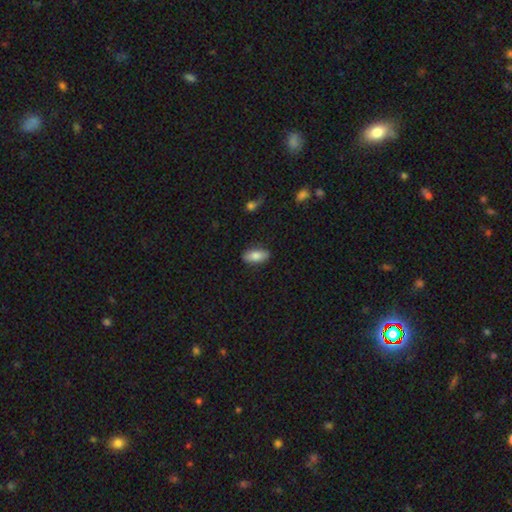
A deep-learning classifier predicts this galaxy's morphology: Smooth or featured?
  - smooth: 82% *
  - featured or disk: 12%
  - star or artifact: 6%
How rounded?
  - in between: 86% *
  - cigar-shaped: 12%
  - round: 3%
Merging?
  - none: 86% *
  - minor disturbance: 10%
  - major disturbance: 2%
  - merger: 1%